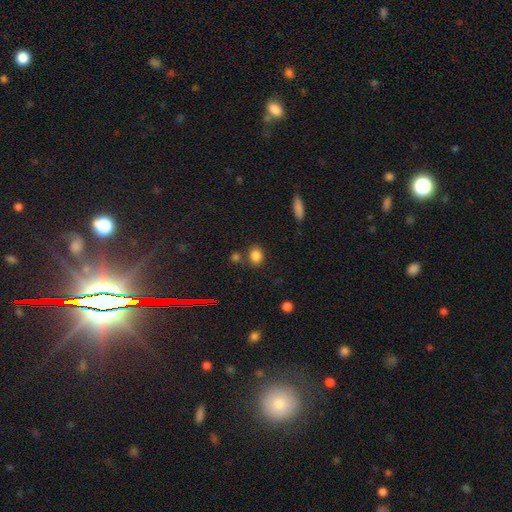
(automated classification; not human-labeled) This appears to be a smooth galaxy with no disk features (81%) that is round (52%). Merging: none (71%).